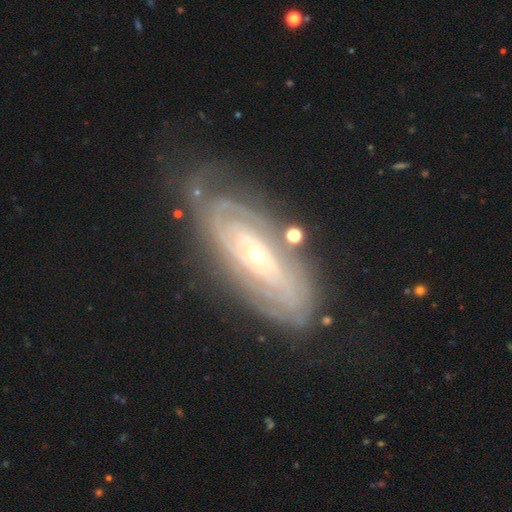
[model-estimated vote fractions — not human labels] Smooth or featured? Predicted: featured or disk (p=0.84). Edge-on disk? Predicted: no (p=0.89). Bar? Predicted: no (p=0.70). Spiral arms? Predicted: yes (p=0.88). Spiral winding? Predicted: tight (p=0.81). Spiral arm count? Predicted: can't tell (p=0.50). Bulge size? Predicted: small (p=0.66). Merging? Predicted: none (p=0.73).